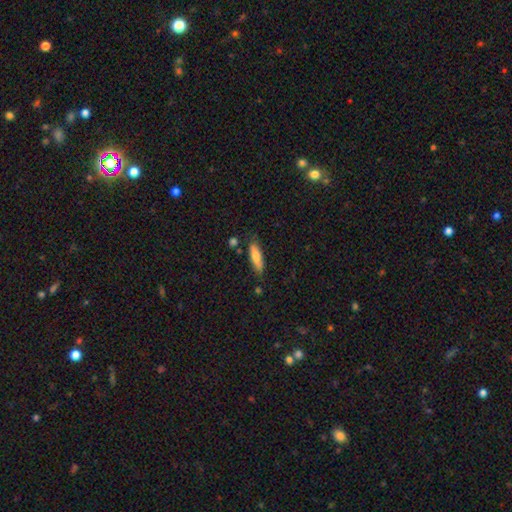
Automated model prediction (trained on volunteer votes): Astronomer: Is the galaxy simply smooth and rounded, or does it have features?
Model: smooth — 73%.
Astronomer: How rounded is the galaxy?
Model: cigar-shaped — 62%.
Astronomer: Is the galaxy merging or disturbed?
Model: none — 77%.